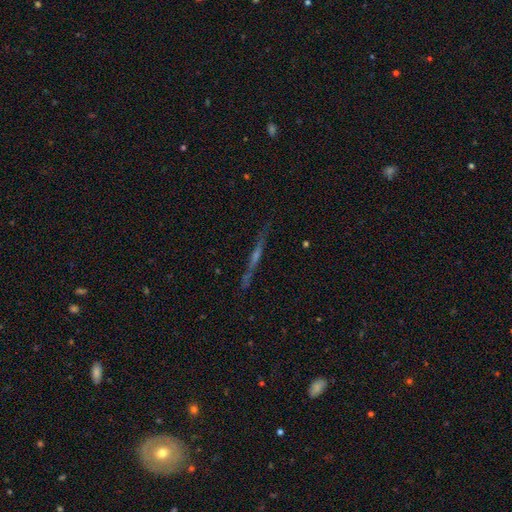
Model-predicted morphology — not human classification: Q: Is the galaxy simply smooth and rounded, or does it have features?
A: featured or disk — 73%.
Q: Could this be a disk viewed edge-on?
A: yes — 96%.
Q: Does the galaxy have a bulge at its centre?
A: rounded — 55%.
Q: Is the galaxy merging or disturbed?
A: none — 87%.